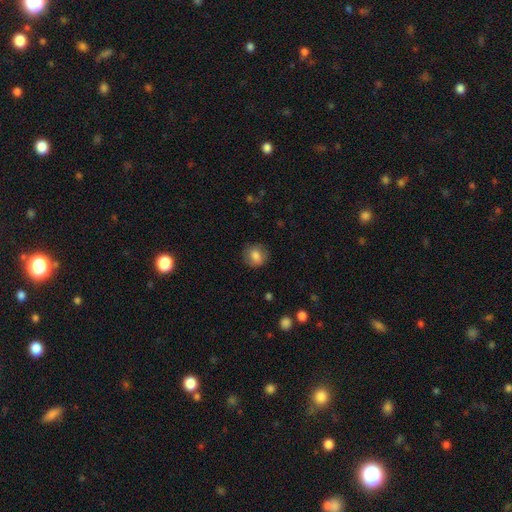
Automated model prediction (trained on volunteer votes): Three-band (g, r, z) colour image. It shows a smooth galaxy with no disk features (78%) that is round (77%). Merging: none (82%).